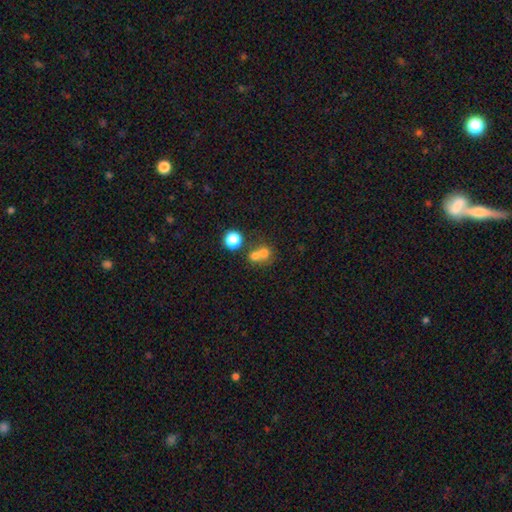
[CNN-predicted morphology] Overall: smooth (69%). How rounded: round (76%). Merging: merger (58%; none 32%).